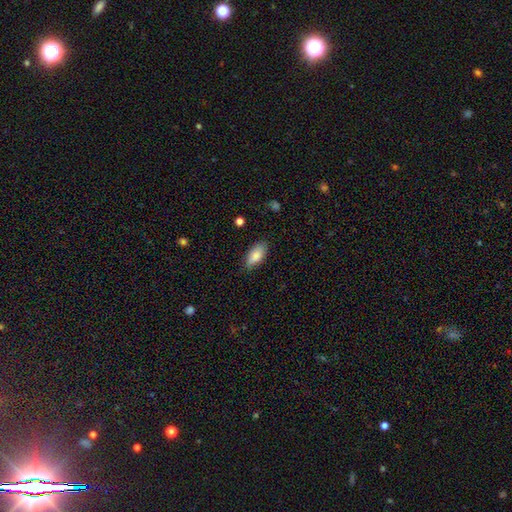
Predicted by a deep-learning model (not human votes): Q: Smooth or featured?
A: smooth (85%); runner-up: featured or disk (9%)
Q: How rounded?
A: in between (91%); runner-up: cigar-shaped (7%)
Q: Merging?
A: none (80%); runner-up: minor disturbance (16%)